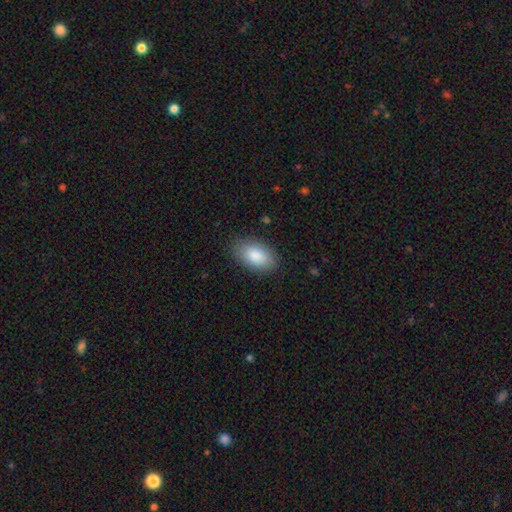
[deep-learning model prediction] smooth_or_featured: smooth (p=0.86) [alt: featured or disk p=0.08]
how_rounded: in between (p=0.94) [alt: round p=0.04]
merging: none (p=0.84) [alt: minor disturbance p=0.12]